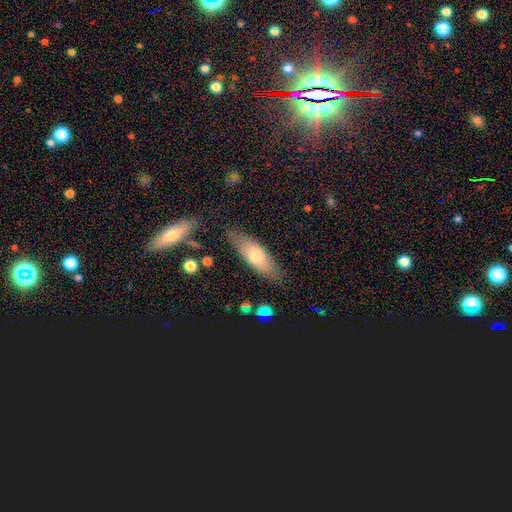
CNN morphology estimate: smooth-or-featured: smooth: 70% | featured or disk: 23% | star or artifact: 6%
  how-rounded: in between: 60% | cigar-shaped: 38% | round: 2%
  merging: none: 77% | minor disturbance: 16% | major disturbance: 5% | merger: 2%